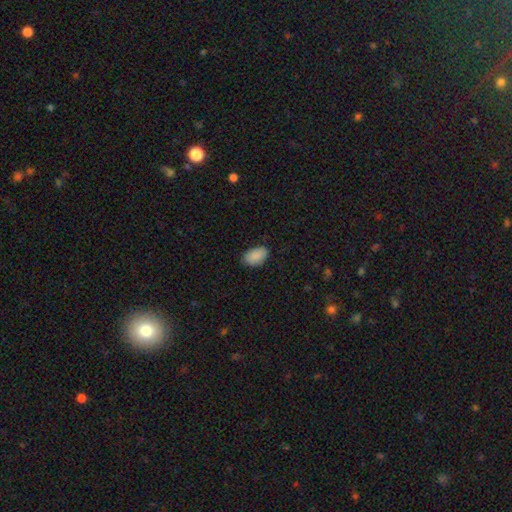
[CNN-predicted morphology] Q: Smooth or featured?
A: smooth (89%); runner-up: star or artifact (7%)
Q: How rounded?
A: in between (92%); runner-up: round (6%)
Q: Merging?
A: none (82%); runner-up: minor disturbance (15%)